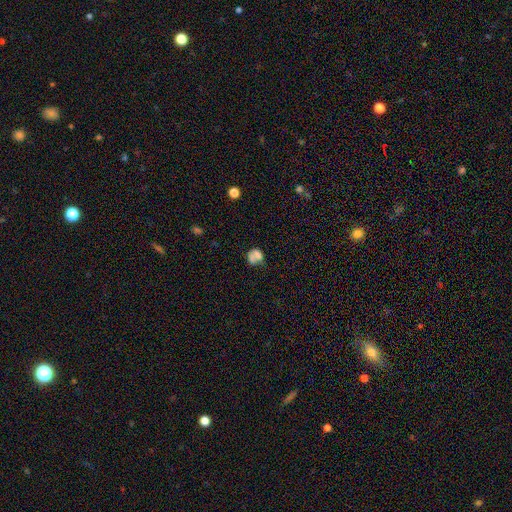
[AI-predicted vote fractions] smooth_or_featured: smooth (p=0.62) [alt: featured or disk p=0.22]
how_rounded: round (p=0.52) [alt: in between p=0.46]
merging: merger (p=0.34) [alt: none p=0.33]